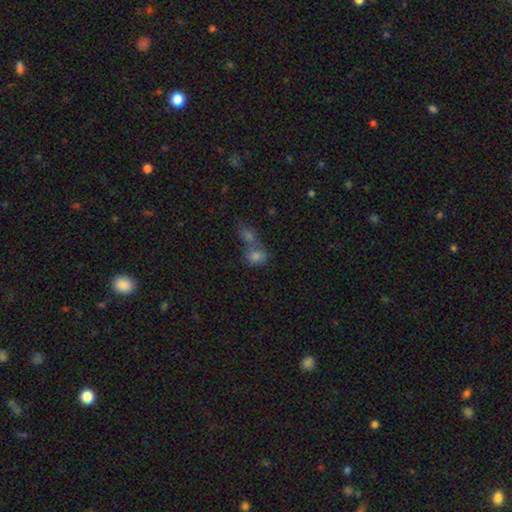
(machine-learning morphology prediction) This is likely a smooth galaxy (73%). How rounded: possibly in between (50%). Merging: possibly merger (55%).